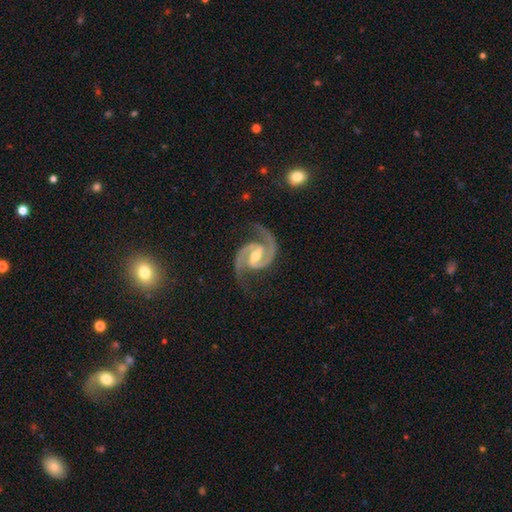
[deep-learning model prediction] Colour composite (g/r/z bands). It shows a featured or disk galaxy (95%) with a weak bar (48%), 2 (95%) medium (67%) spiral arms (99%) and a moderate central bulge (67%). Merging: none (79%).